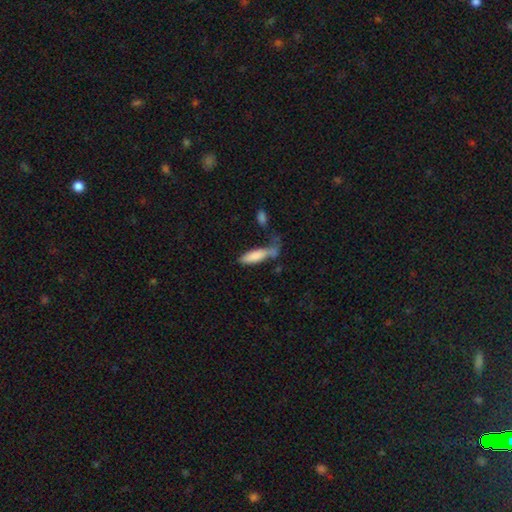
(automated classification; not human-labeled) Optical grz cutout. It shows a smooth galaxy with no disk features (81%) that is cigar-shaped (50%). Merging: none (37%).